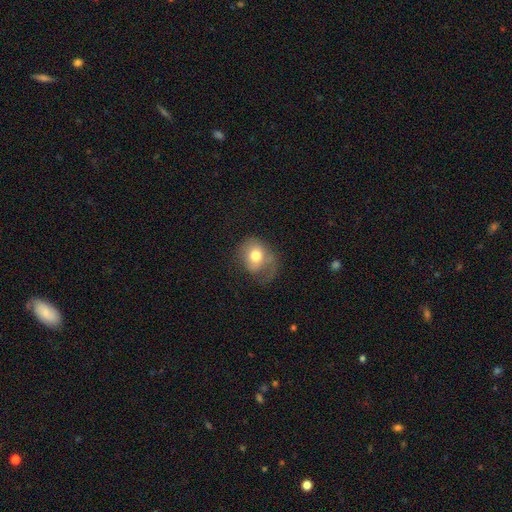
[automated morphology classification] Smooth or featured? Predicted: smooth (p=0.66). How rounded? Predicted: round (p=0.55). Merging? Predicted: major disturbance (p=0.38).